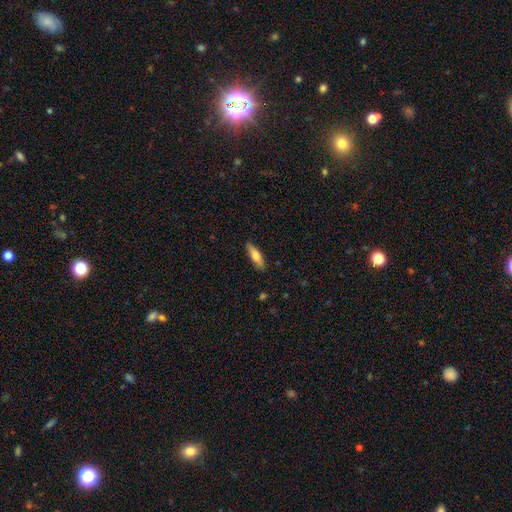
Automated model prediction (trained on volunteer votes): A smooth galaxy with no disk features (59%) that is cigar-shaped (67%). Merging: none (88%).